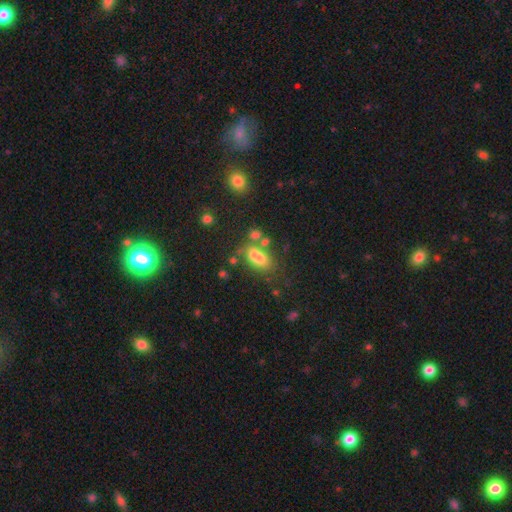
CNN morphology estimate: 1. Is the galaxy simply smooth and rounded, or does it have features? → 72% smooth, 16% featured or disk, 13% star or artifact.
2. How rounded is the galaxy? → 84% in between, 8% cigar-shaped, 8% round.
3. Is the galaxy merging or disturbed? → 45% none, 27% merger, 17% minor disturbance, 11% major disturbance.